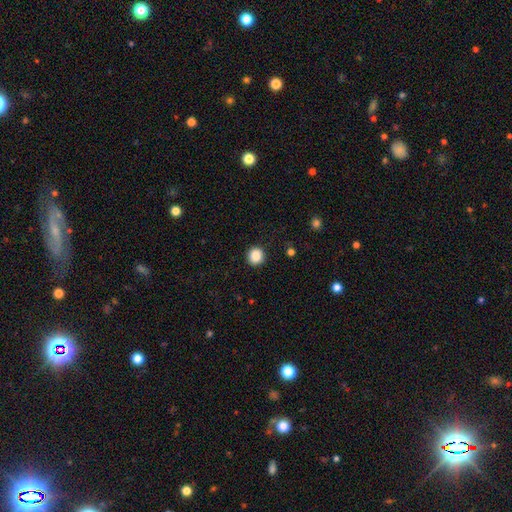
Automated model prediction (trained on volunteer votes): Overall: smooth (88%). How rounded: round (91%). Merging: none (91%).